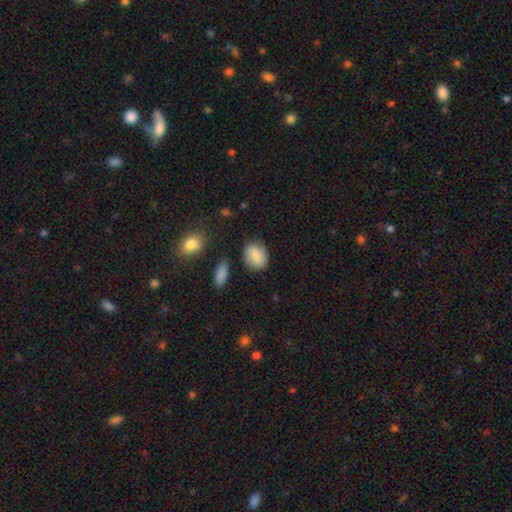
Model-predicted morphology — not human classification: This appears to be a smooth galaxy with no disk features (82%) that is in between round and cigar-shaped (68%). Merging: none (78%).